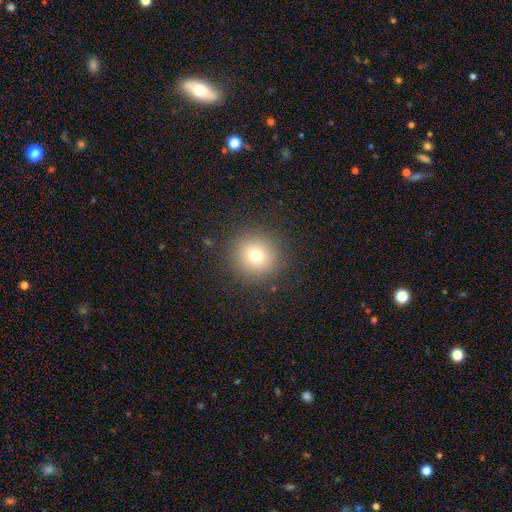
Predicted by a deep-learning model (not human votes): The model was most divided on "smooth or featured": smooth: 74%, star or artifact: 15%, featured or disk: 11%. More confident: how rounded — round (94%); merging — none (89%).